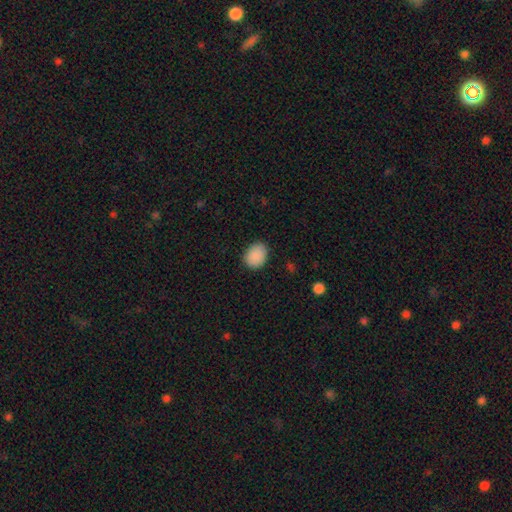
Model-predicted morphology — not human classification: Smooth or featured? Predicted: smooth (p=0.89). How rounded? Predicted: in between (p=0.61). Merging? Predicted: none (p=0.85).